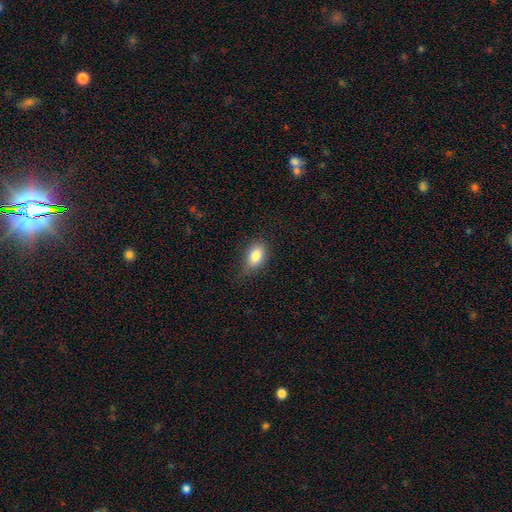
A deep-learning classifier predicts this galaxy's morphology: Smooth or featured: smooth — 83% (star or artifact — 8%)
How rounded: in between — 83% (round — 14%)
Merging: none — 72% (minor disturbance — 22%)